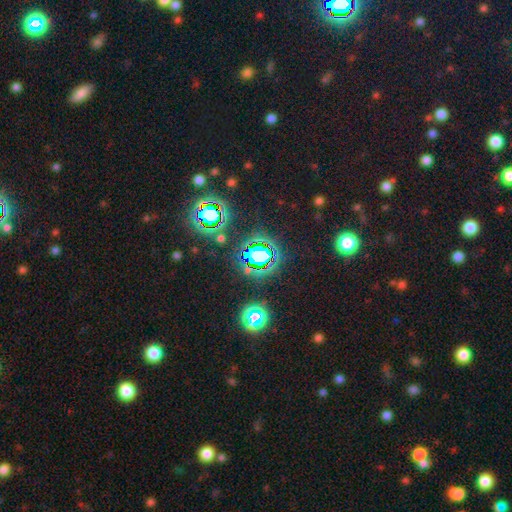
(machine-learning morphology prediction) This is likely a star or artifact rather than a galaxy (72%).